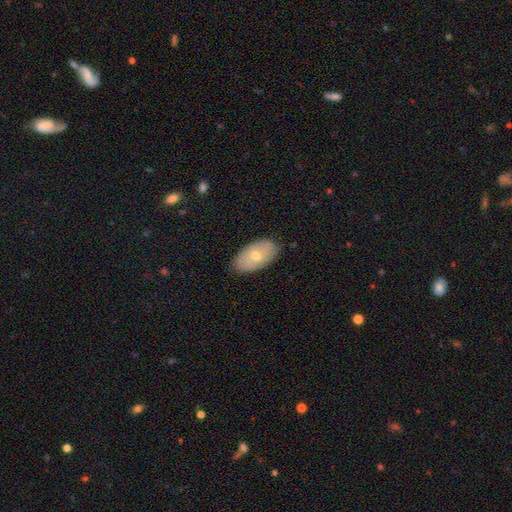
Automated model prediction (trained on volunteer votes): This is possibly a smooth galaxy (54%). How rounded: clearly in between (93%). Merging: clearly none (83%).